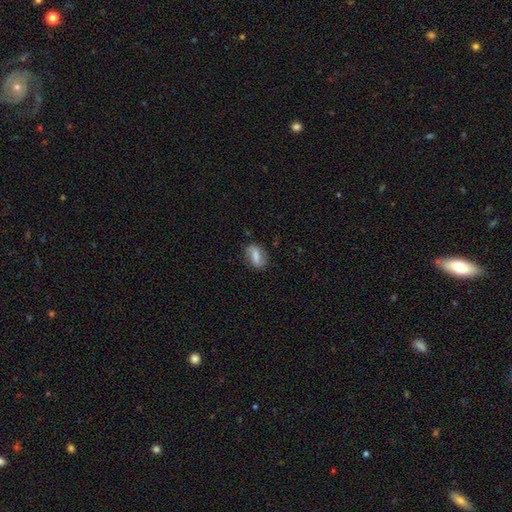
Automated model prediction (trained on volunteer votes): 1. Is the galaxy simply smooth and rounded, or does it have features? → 51% featured or disk, 41% smooth, 8% star or artifact.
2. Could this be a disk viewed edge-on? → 94% no, 6% yes.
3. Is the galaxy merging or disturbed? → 77% none, 16% minor disturbance, 5% major disturbance, 2% merger.